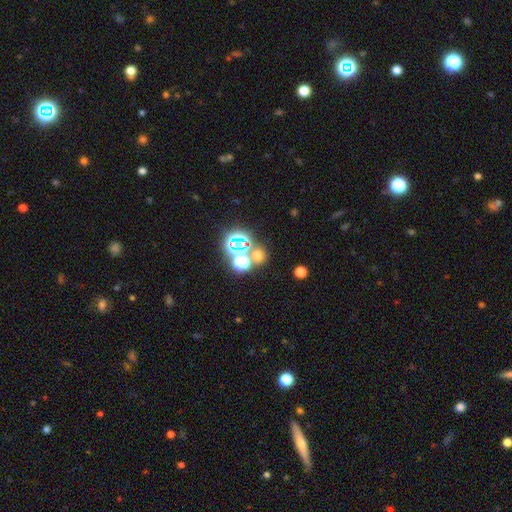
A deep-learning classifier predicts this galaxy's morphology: smooth 49%, star or artifact 43%, featured or disk 8%. Down the decision tree: merging — none (68%).